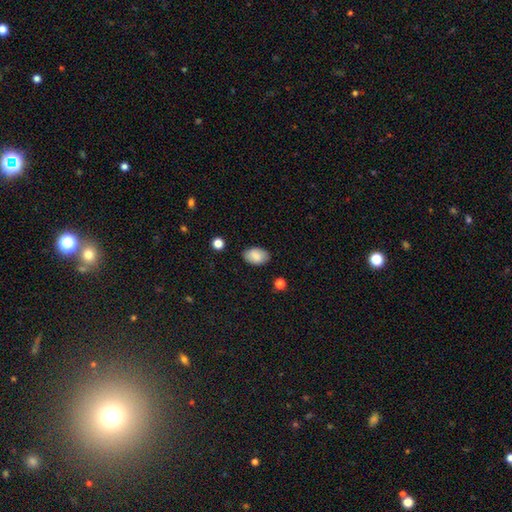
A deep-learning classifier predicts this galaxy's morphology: type=smooth (83%); roundness=in between (90%); merging=none (85%).